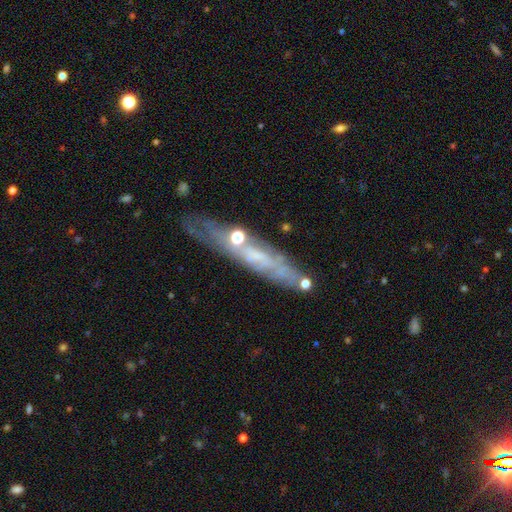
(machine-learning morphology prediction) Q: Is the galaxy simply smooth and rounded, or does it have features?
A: featured or disk — 67%.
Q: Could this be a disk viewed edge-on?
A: yes — 56%.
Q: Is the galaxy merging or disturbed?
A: none — 72%.